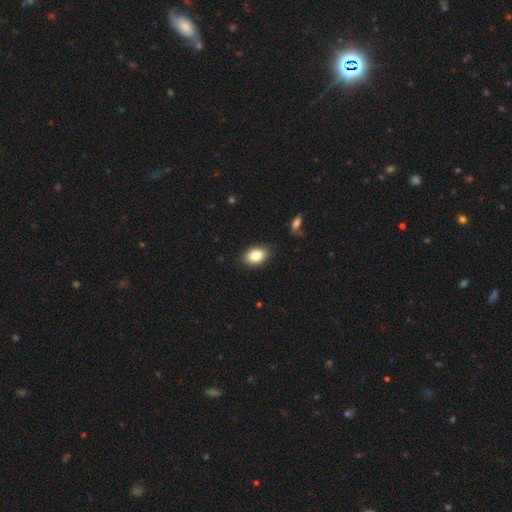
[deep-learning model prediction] The model was most divided on "how rounded": in between: 85%, round: 14%, cigar-shaped: 1%. More confident: merging — none (88%); smooth or featured — smooth (84%).